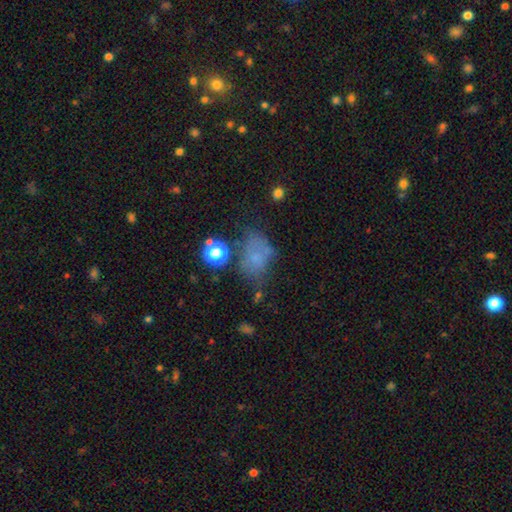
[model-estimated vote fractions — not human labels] Q: Smooth or featured?
A: smooth (56%); runner-up: star or artifact (23%)
Q: How rounded?
A: in between (71%); runner-up: round (27%)
Q: Merging?
A: none (42%); runner-up: minor disturbance (25%)